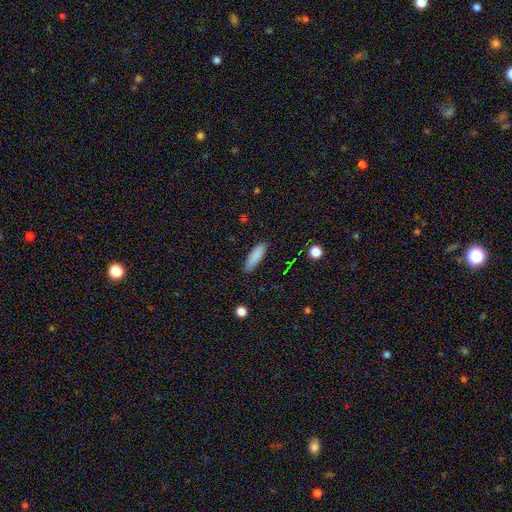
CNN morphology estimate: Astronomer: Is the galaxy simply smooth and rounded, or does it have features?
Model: smooth — 87%.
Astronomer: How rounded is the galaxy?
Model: cigar-shaped — 54% (runner-up: in between, 44%).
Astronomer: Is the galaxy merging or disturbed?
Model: none — 85%.